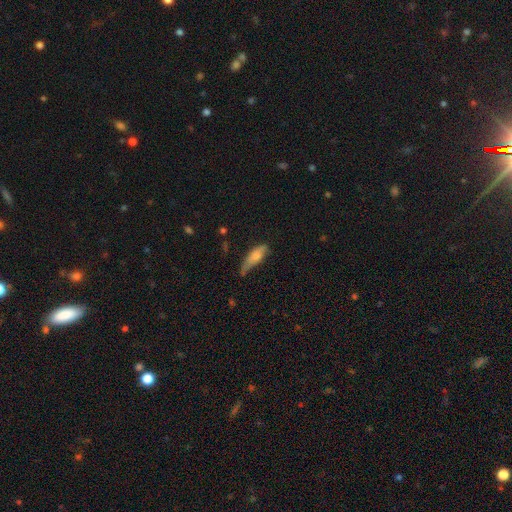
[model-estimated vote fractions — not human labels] Overall: smooth (67%). How rounded: in between (52%; cigar-shaped 45%). Merging: none (42%, tied with minor disturbance).